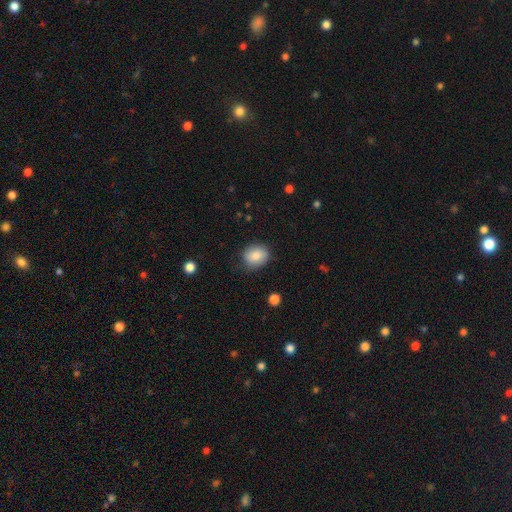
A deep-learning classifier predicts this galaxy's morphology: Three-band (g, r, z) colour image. It shows a smooth galaxy with no disk features (85%) that is round (60%). Merging: none (80%).